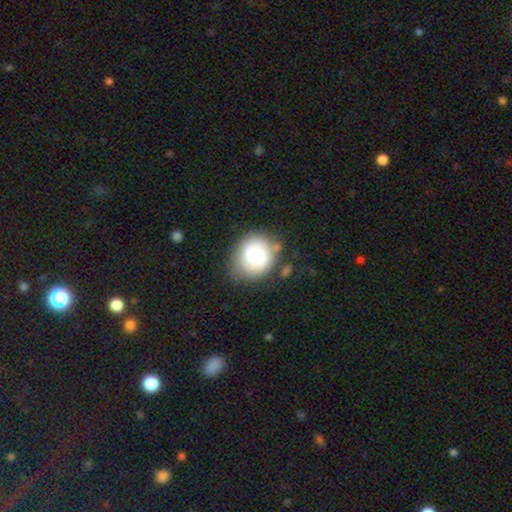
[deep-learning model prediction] smooth-or-featured: smooth: 71% | featured or disk: 21% | star or artifact: 8%
  how-rounded: round: 73% | in between: 26% | cigar-shaped: 1%
  merging: none: 62% | minor disturbance: 22% | major disturbance: 9% | merger: 7%